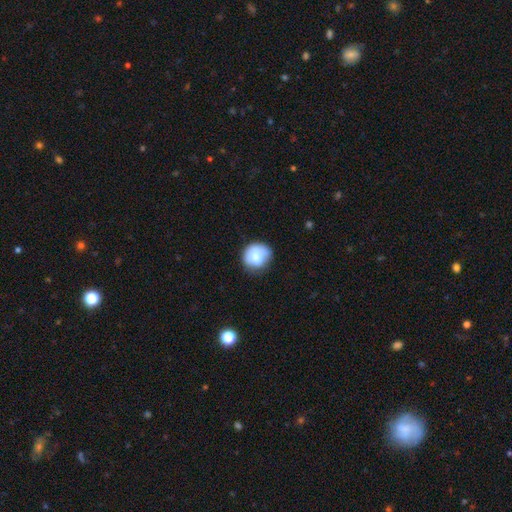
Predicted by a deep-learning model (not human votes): A smooth galaxy with no disk features (77%) that is round (84%). Merging: none (68%).